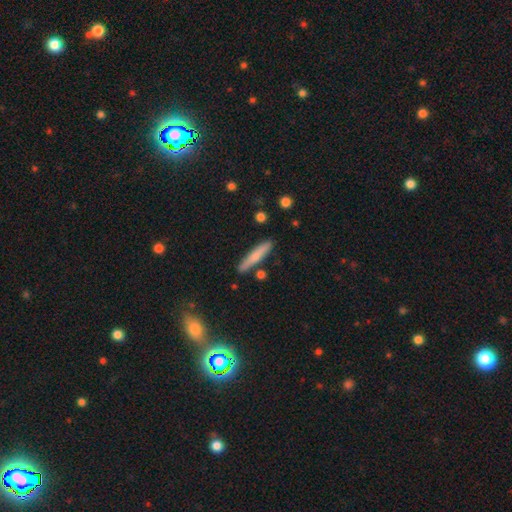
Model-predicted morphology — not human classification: Smooth or featured?
  - smooth: 63% *
  - featured or disk: 30%
  - star or artifact: 6%
How rounded?
  - cigar-shaped: 91% *
  - in between: 7%
  - round: 2%
Merging?
  - none: 85% *
  - minor disturbance: 9%
  - merger: 4%
  - major disturbance: 2%